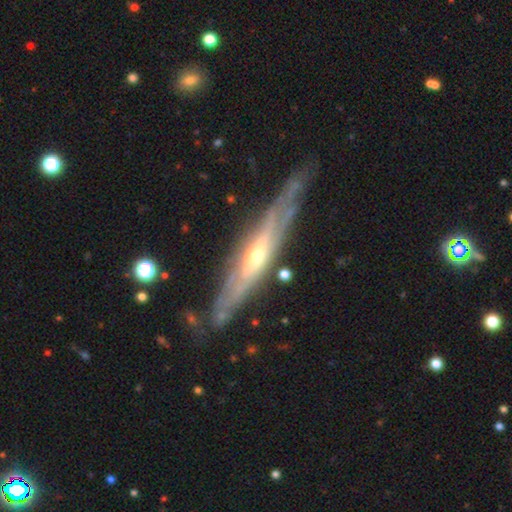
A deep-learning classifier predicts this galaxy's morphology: Smooth or featured?
  - featured or disk: 83% *
  - smooth: 12%
  - star or artifact: 5%
Edge-on disk?
  - yes: 72% *
  - no: 28%
Edge-on bulge?
  - rounded: 66% *
  - none: 28%
  - boxy: 6%
Merging?
  - none: 75% *
  - minor disturbance: 18%
  - major disturbance: 5%
  - merger: 2%